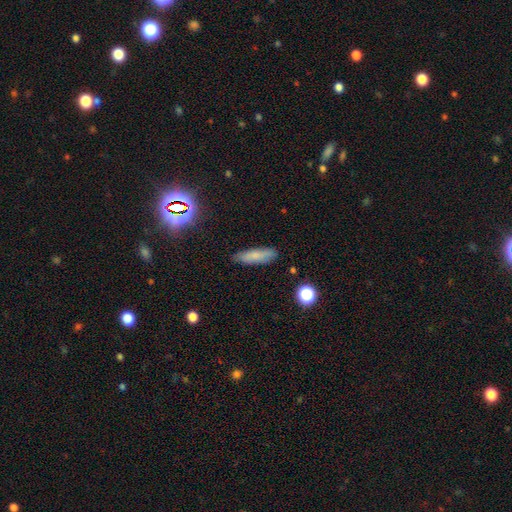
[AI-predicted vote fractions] Smooth or featured? Predicted: smooth (p=0.75). How rounded? Predicted: cigar-shaped (p=0.65). Merging? Predicted: none (p=0.85).